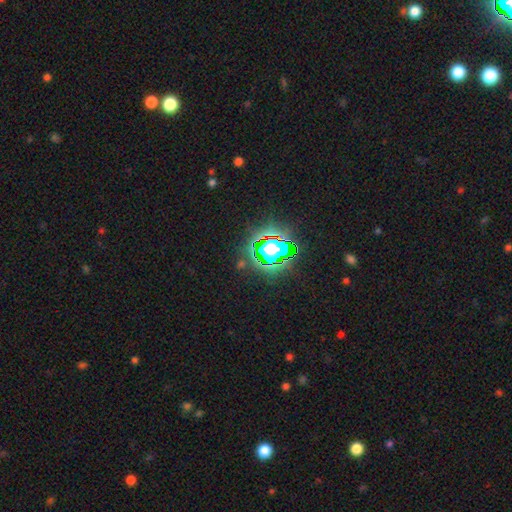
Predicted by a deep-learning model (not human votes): smooth_or_featured: star or artifact (p=0.83) [alt: smooth p=0.11]